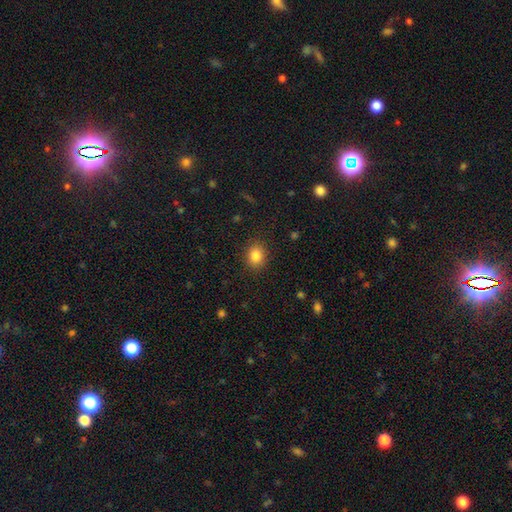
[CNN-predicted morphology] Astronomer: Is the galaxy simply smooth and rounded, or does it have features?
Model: smooth — 84%.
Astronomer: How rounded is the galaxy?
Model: round — 60% (runner-up: in between, 39%).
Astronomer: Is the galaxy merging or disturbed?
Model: none — 89%.